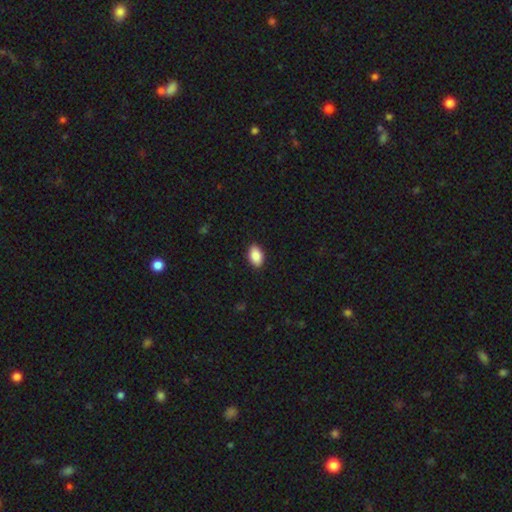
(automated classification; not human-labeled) Morphology: type=smooth (89%); roundness=in between (91%); merging=none (90%).